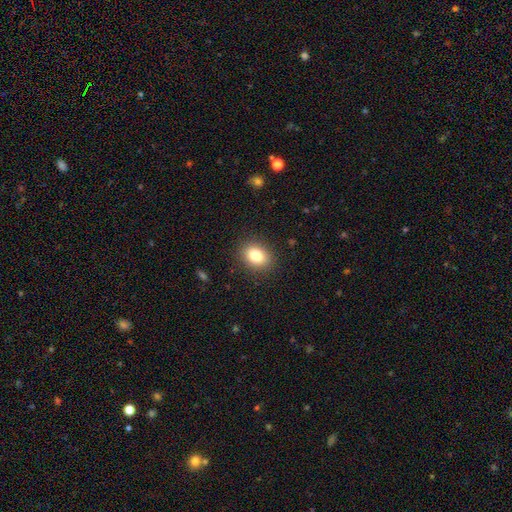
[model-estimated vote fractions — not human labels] smooth_or_featured: smooth (p=0.83) [alt: star or artifact p=0.10]
how_rounded: in between (p=0.57) [alt: round p=0.43]
merging: none (p=0.89) [alt: minor disturbance p=0.08]